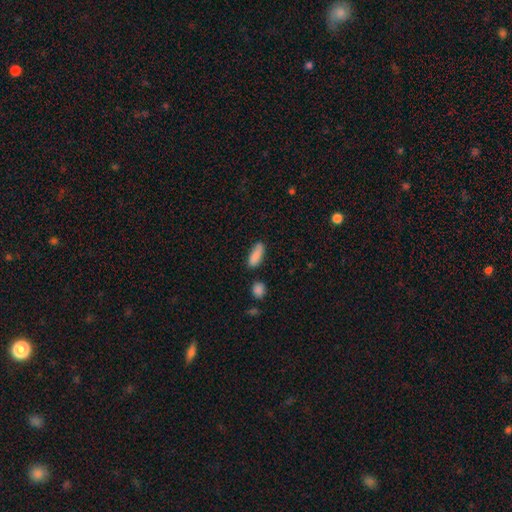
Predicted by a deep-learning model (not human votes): Overall: smooth (87%). How rounded: in between (61%; cigar-shaped 37%). Merging: none (73%).